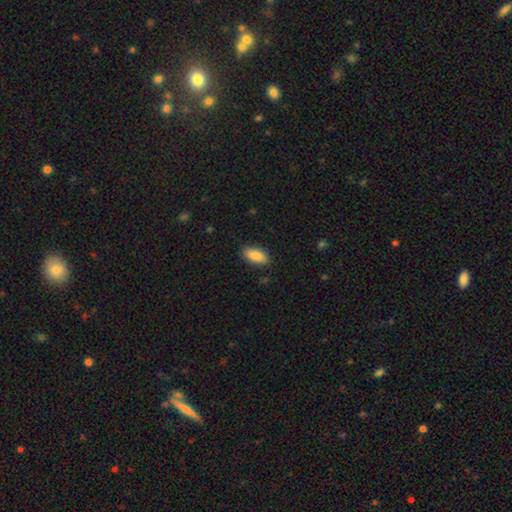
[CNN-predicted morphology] This appears to be a smooth galaxy with no disk features (88%) that is in between round and cigar-shaped (90%). Merging: none (87%).